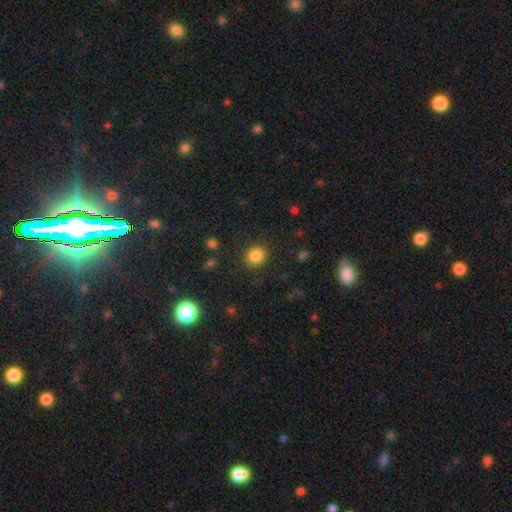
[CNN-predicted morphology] The model was most divided on "how rounded": round: 77%, in between: 22%, cigar-shaped: 1%. More confident: merging — none (86%); smooth or featured — smooth (85%).